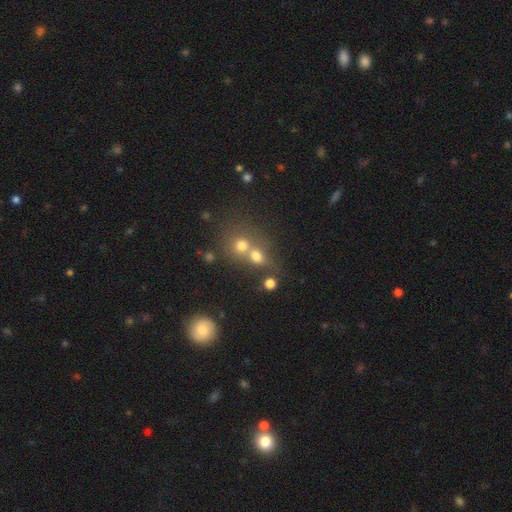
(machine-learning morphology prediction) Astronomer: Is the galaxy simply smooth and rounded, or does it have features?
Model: smooth — 66%.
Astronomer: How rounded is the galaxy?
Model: round — 71%.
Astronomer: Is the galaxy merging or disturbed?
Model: merger — 55% (runner-up: none, 33%).